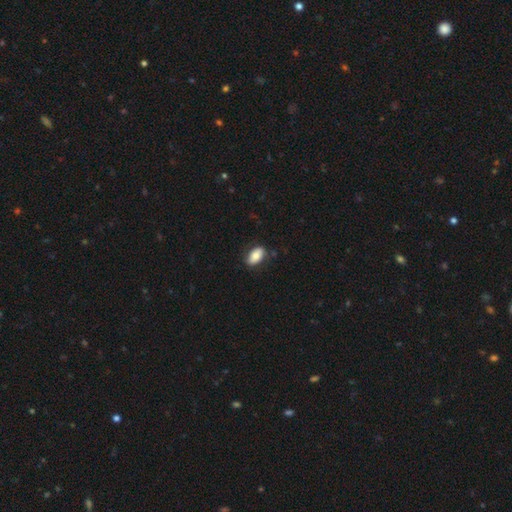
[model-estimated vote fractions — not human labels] smooth 78%, featured or disk 15%, star or artifact 7%. Down the decision tree: how rounded — in between (92%); merging — none (81%).